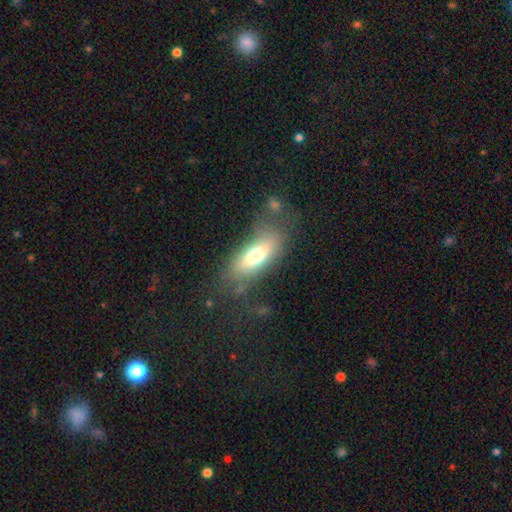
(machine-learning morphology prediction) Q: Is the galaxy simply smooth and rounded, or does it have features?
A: smooth — 67%.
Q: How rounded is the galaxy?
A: in between — 75%.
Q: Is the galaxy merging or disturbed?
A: none — 63%.